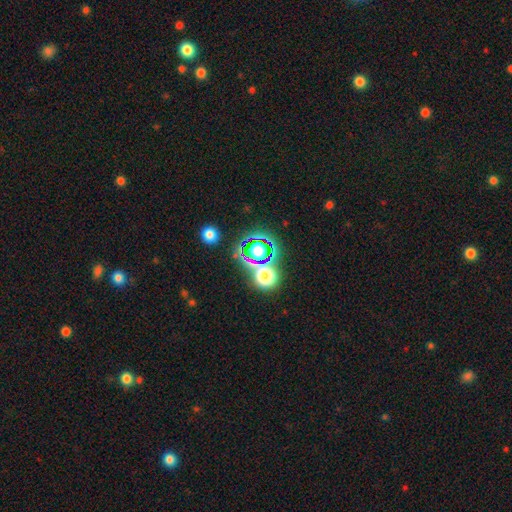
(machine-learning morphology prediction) type=star or artifact (58%).